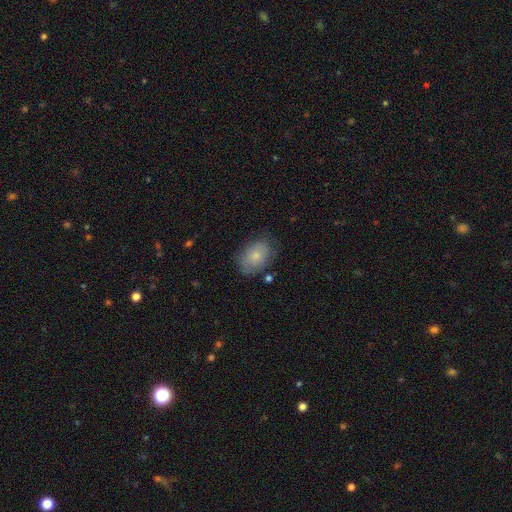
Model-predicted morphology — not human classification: Smooth or featured: smooth — 76% (featured or disk — 16%)
How rounded: in between — 81% (round — 17%)
Merging: none — 71% (minor disturbance — 21%)